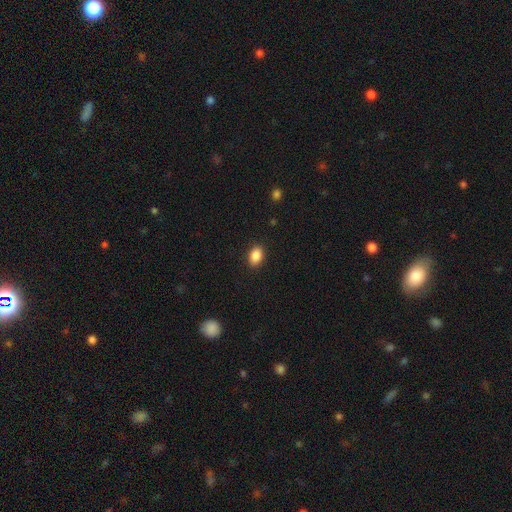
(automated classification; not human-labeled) Overall: smooth (88%). How rounded: in between (85%). Merging: none (89%).